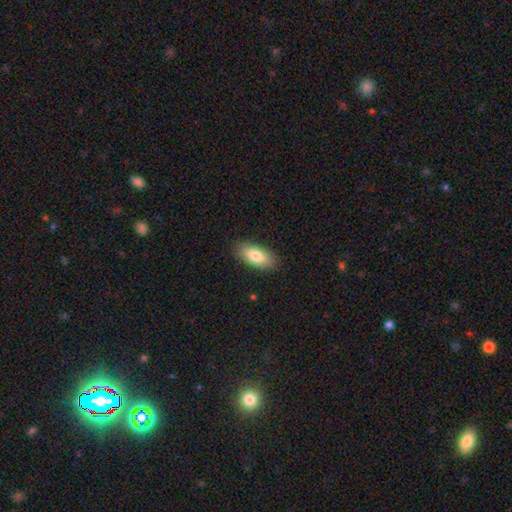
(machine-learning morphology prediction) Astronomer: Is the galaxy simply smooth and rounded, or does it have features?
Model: smooth — 82%.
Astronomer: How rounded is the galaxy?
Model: in between — 89%.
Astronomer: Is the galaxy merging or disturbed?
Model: none — 88%.